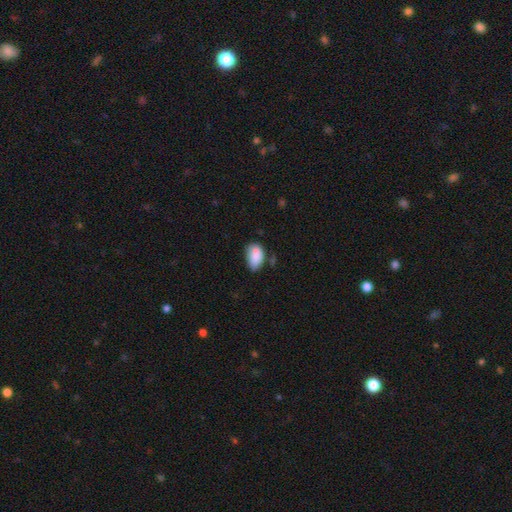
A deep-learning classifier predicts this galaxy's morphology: A smooth galaxy with no disk features (85%) that is in between round and cigar-shaped (89%).

Vote fractions:
- Smooth or featured? smooth: 85% / star or artifact: 8% / featured or disk: 8%
- How rounded? in between: 89% / round: 9% / cigar-shaped: 1%
- Merging? none: 49% / minor disturbance: 36% / major disturbance: 8% / merger: 7%